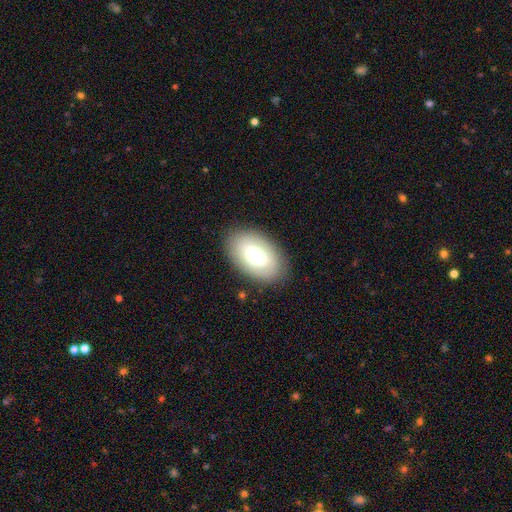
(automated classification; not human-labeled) Overall: smooth (68%). How rounded: in between (90%). Merging: none (84%).